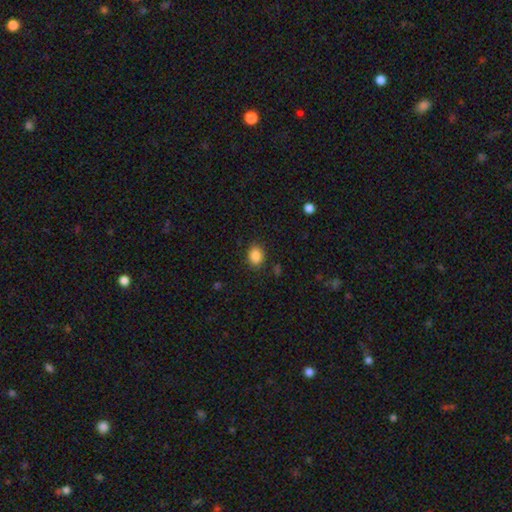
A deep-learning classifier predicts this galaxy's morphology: smooth_or_featured: smooth (p=0.87) [alt: star or artifact p=0.09]
how_rounded: in between (p=0.52) [alt: round p=0.47]
merging: none (p=0.85) [alt: minor disturbance p=0.11]